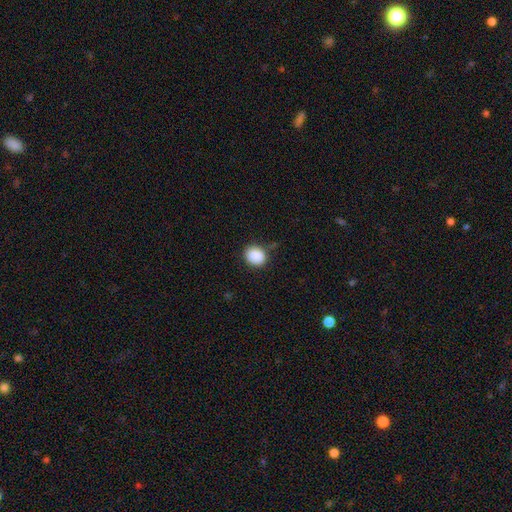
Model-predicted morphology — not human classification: This appears to be a smooth galaxy with no disk features (88%) that is round (65%). Merging: none (73%).